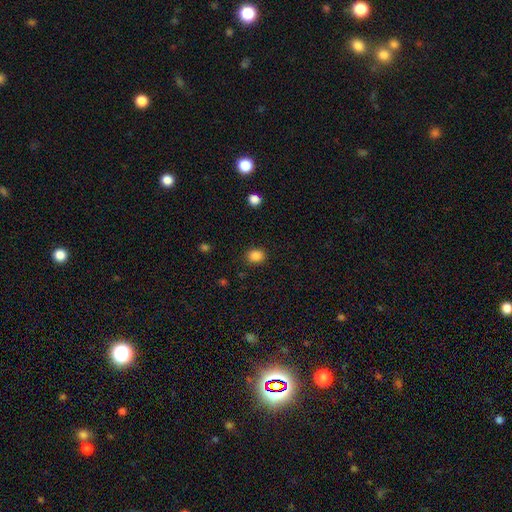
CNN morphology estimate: smooth-or-featured: smooth: 86% | star or artifact: 11% | featured or disk: 3%
  how-rounded: round: 54% | in between: 45% | cigar-shaped: 1%
  merging: none: 87% | minor disturbance: 9% | major disturbance: 3% | merger: 1%